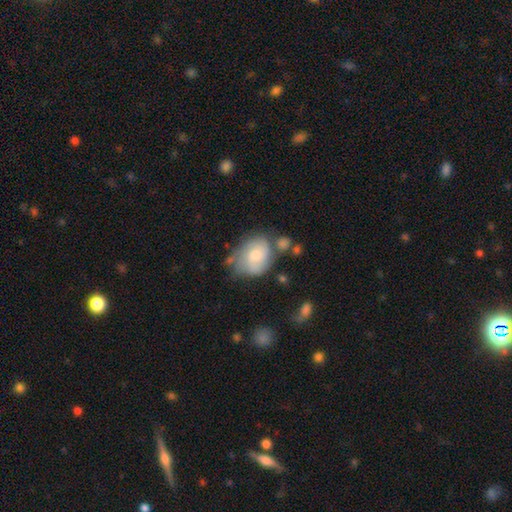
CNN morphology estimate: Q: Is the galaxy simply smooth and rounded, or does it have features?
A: smooth — 54%.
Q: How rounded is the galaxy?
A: in between — 54%.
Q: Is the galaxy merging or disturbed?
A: none — 43%.